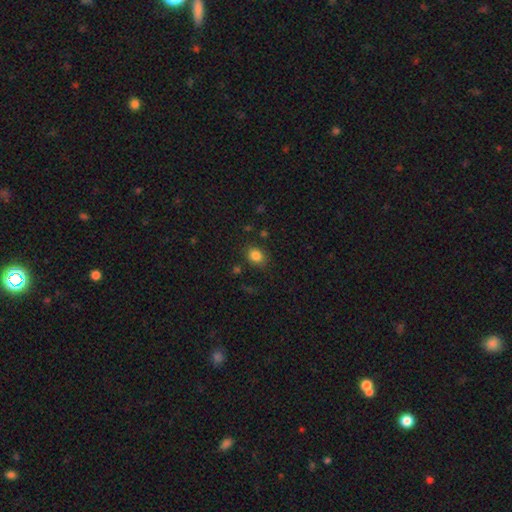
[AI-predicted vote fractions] Smooth or featured? smooth (83%)
How rounded? in between (54%)
Merging? none (81%)